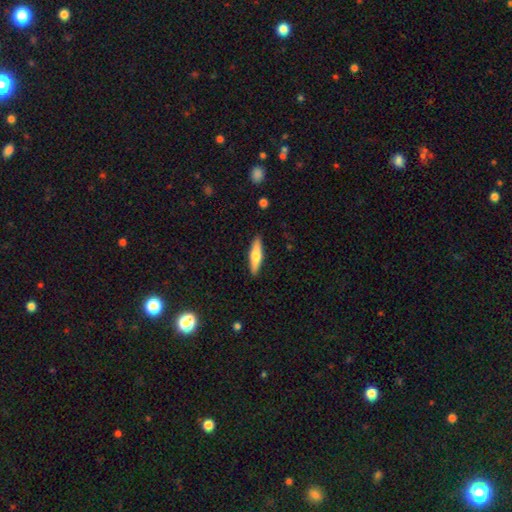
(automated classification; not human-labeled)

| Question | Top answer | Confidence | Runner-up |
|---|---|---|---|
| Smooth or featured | smooth | 55% | featured or disk (39%) |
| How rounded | cigar-shaped | 73% | in between (25%) |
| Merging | none | 90% | minor disturbance (8%) |